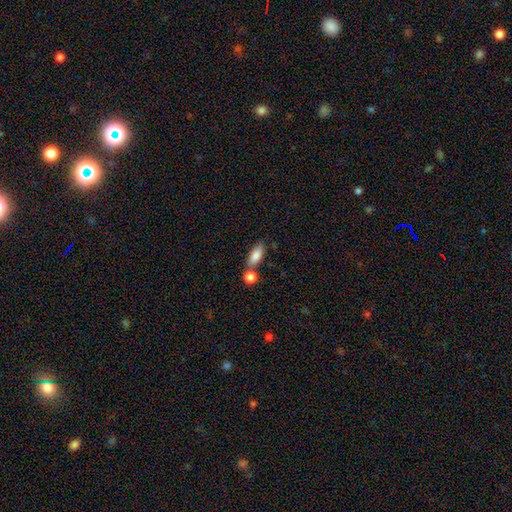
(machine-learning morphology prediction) This appears to be a smooth galaxy with no disk features (84%) that is in between round and cigar-shaped (78%). Merging: none (53%).